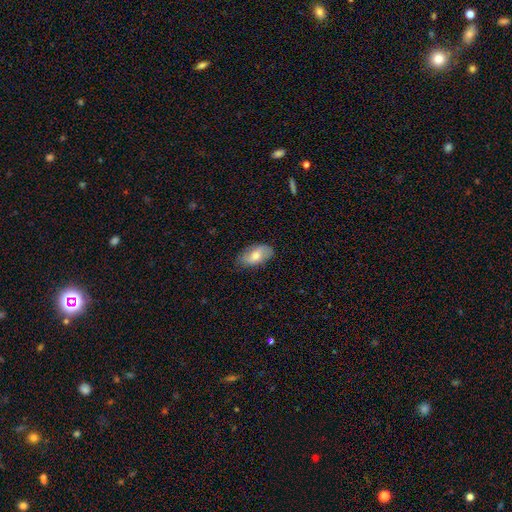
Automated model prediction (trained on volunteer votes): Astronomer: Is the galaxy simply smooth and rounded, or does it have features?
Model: smooth — 66%.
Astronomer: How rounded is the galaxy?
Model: in between — 92%.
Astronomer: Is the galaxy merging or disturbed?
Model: none — 77%.